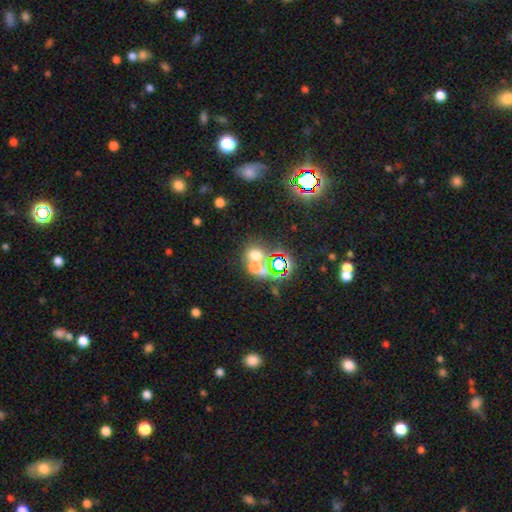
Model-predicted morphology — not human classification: smooth_or_featured: smooth (p=0.47) [alt: star or artifact p=0.37]
merging: none (p=0.44) [alt: merger p=0.41]